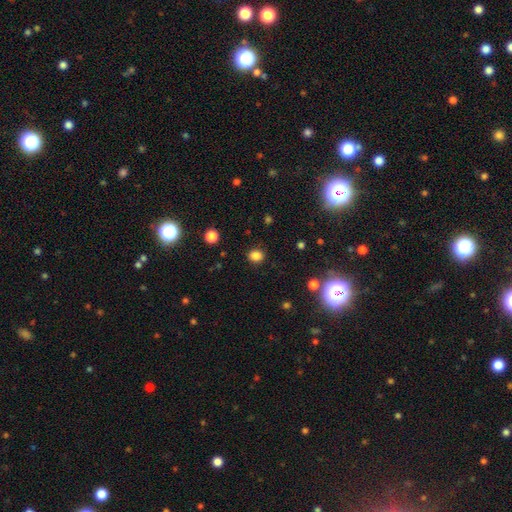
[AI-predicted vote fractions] The model was most divided on "how rounded": round: 61%, in between: 38%, cigar-shaped: 1%. More confident: merging — none (87%); smooth or featured — smooth (83%).